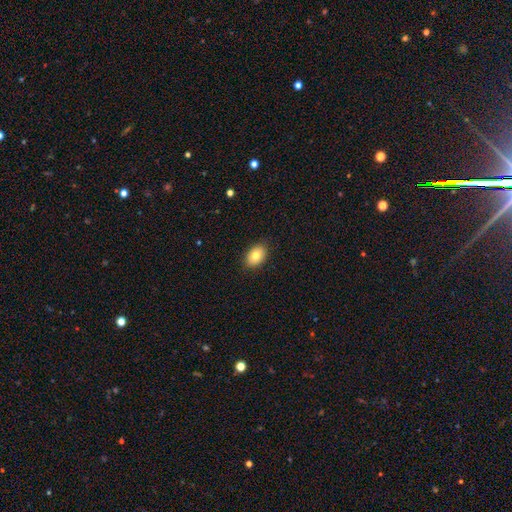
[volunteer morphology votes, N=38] smooth-or-featured: smooth: 76% | featured or disk: 16% | star or artifact: 8%
  how-rounded: in between: 86% | round: 14% | cigar-shaped: 0%
  merging: none: 91% | minor disturbance: 9% | major disturbance: 0% | merger: 0%